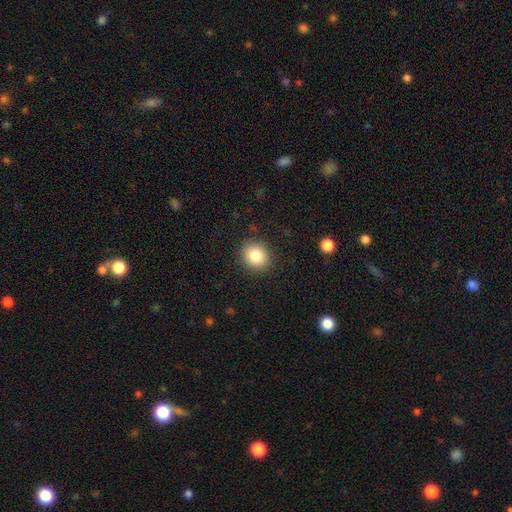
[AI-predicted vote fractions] Overall: smooth (84%). How rounded: round (72%). Merging: none (88%).